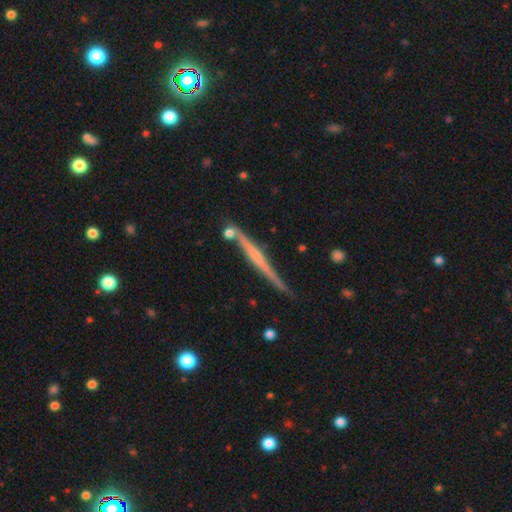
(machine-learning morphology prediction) A featured or disk galaxy (71%) viewed edge-on (98%) with a rounded central bulge (44%).

Vote fractions:
- Smooth or featured? featured or disk: 71% / smooth: 23% / star or artifact: 6%
- Edge-on disk? yes: 98% / no: 2%
- Edge-on bulge? rounded: 44% / none: 43% / boxy: 12%
- Merging? none: 78% / minor disturbance: 13% / merger: 6% / major disturbance: 3%